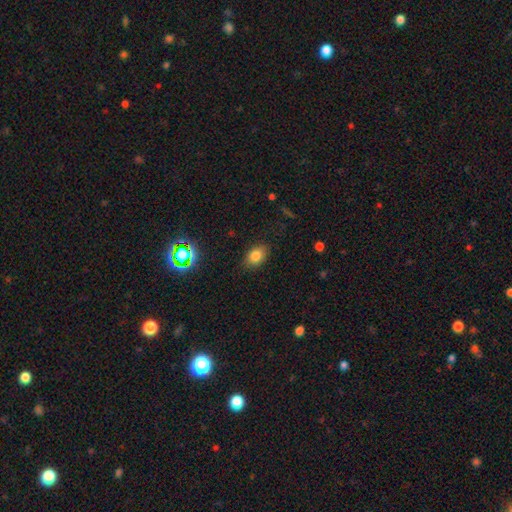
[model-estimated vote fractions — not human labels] The model was most divided on "how rounded": in between: 74%, round: 24%, cigar-shaped: 1%. More confident: merging — none (83%); smooth or featured — smooth (80%).